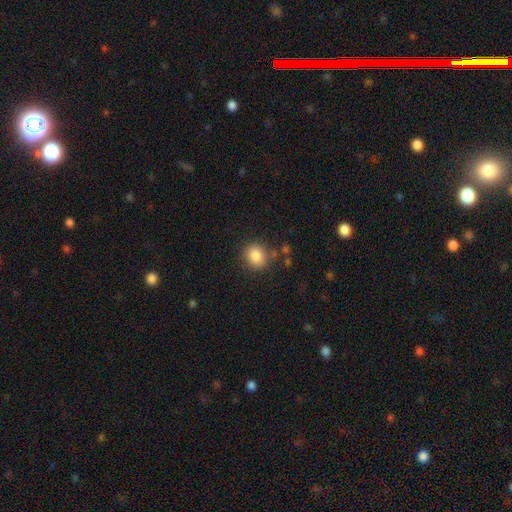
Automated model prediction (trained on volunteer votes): smooth 85%, star or artifact 10%, featured or disk 6%. Down the decision tree: how rounded — round (73%); merging — none (81%).